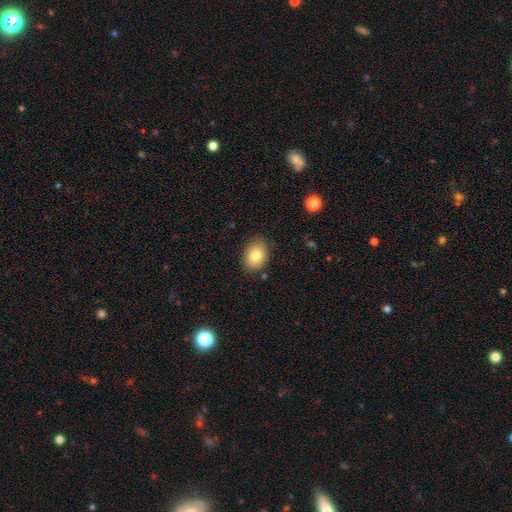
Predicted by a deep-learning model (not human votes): smooth 81%, featured or disk 10%, star or artifact 9%. Down the decision tree: how rounded — in between (71%); merging — none (85%).